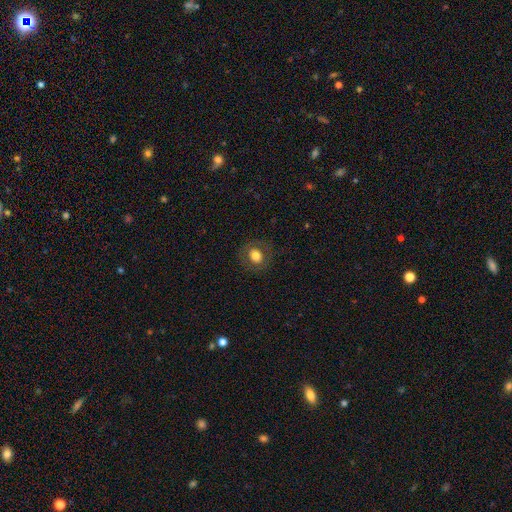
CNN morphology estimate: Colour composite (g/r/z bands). It shows a smooth galaxy with no disk features (72%) that is round (71%). Merging: none (85%).